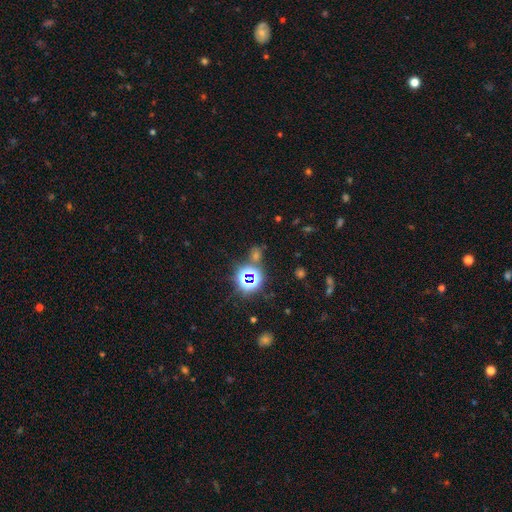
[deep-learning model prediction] The model was most divided on "smooth or featured": star or artifact: 70%, smooth: 22%, featured or disk: 8%.